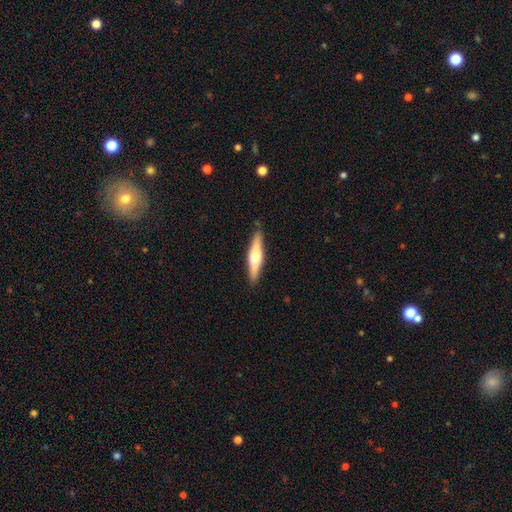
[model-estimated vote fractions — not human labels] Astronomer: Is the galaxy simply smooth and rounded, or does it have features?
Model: featured or disk — 52% (runner-up: smooth, 42%).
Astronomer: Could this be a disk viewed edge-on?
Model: yes — 94%.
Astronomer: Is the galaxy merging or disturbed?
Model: none — 89%.